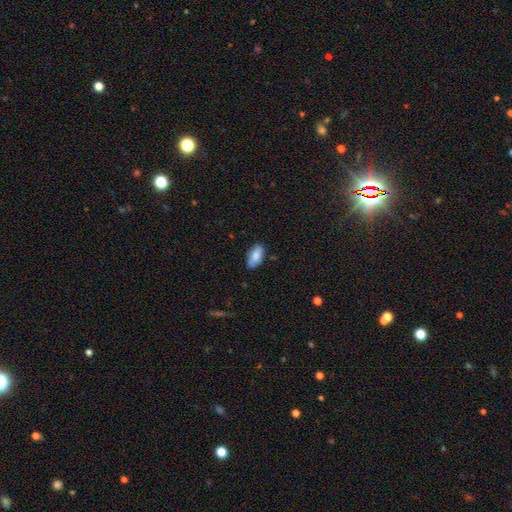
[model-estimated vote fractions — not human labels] A smooth galaxy with no disk features (82%) that is in between round and cigar-shaped (93%).

Vote fractions:
- Smooth or featured? smooth: 82% / featured or disk: 12% / star or artifact: 7%
- How rounded? in between: 93% / cigar-shaped: 4% / round: 3%
- Merging? none: 82% / minor disturbance: 15% / major disturbance: 2% / merger: 1%